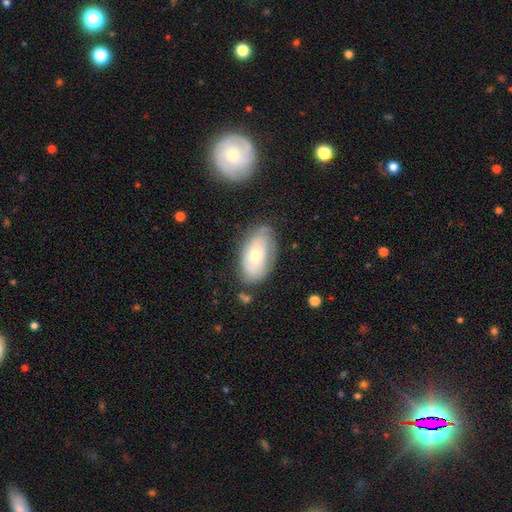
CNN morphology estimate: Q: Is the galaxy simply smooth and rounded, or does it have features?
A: smooth — 49%.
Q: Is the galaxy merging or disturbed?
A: none — 67%.